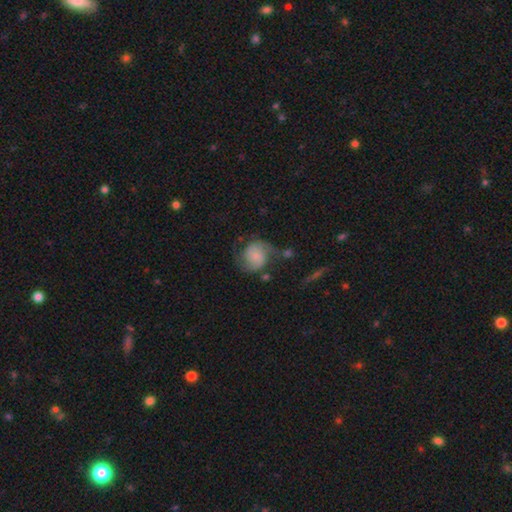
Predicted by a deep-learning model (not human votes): Smooth or featured? Predicted: featured or disk (p=0.59). Edge-on disk? Predicted: no (p=0.98). Bar? Predicted: no (p=0.71). Spiral arms? Predicted: yes (p=0.91). Spiral winding? Predicted: medium (p=0.43). Spiral arm count? Predicted: 2 (p=0.85). Bulge size? Predicted: small (p=0.58). Merging? Predicted: none (p=0.51).